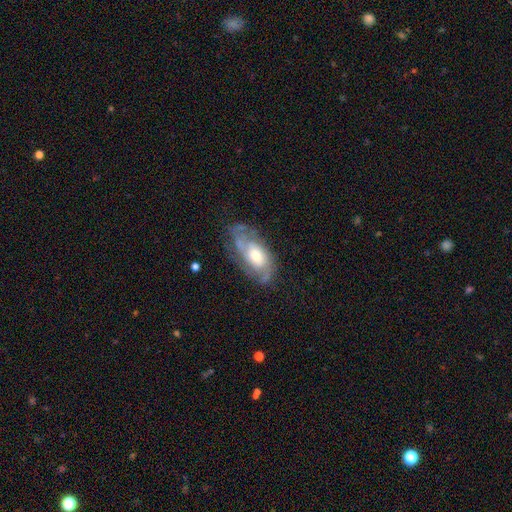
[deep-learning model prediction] This is likely a featured or disk galaxy (76%). It is clearly not viewed edge-on (93%). Bar: likely no (69%). Spiral arm pattern: clearly yes (88%). Spiral arm count: marginally 2 (42%). Spiral winding: possibly tight (46%). Central bulge: likely moderate (64%). Merging: likely none (62%).